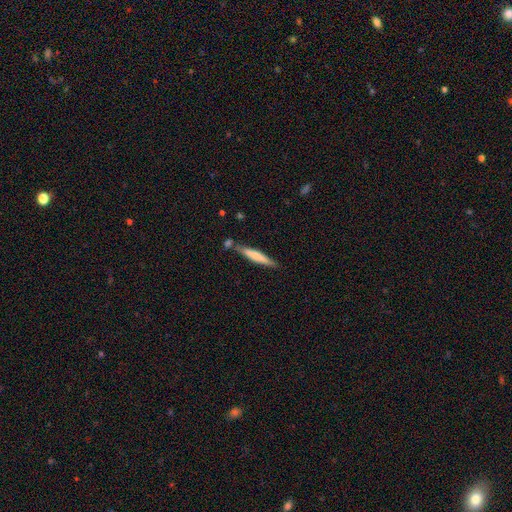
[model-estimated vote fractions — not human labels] smooth_or_featured: smooth (p=0.62) [alt: featured or disk p=0.32]
how_rounded: cigar-shaped (p=0.93) [alt: in between p=0.06]
merging: none (p=0.77) [alt: minor disturbance p=0.13]